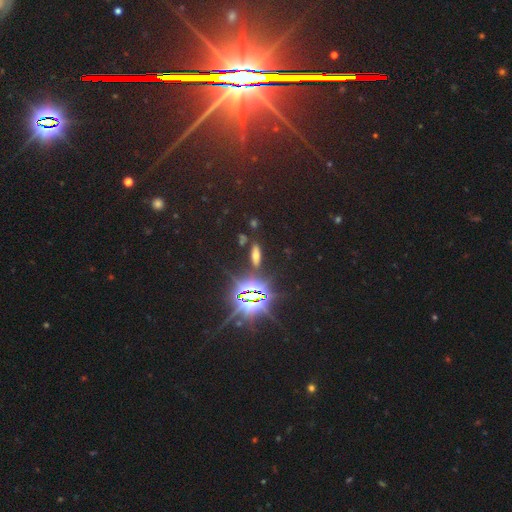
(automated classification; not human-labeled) This is possibly a star or artifact rather than a galaxy (45%).